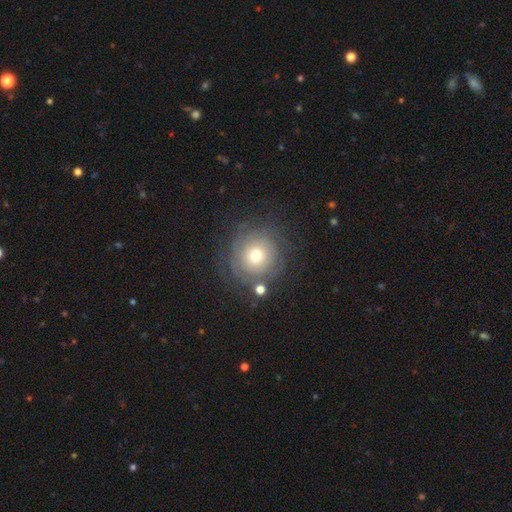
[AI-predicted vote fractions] Smooth or featured: smooth — 47% (featured or disk — 42%)
Merging: none — 74% (minor disturbance — 14%)